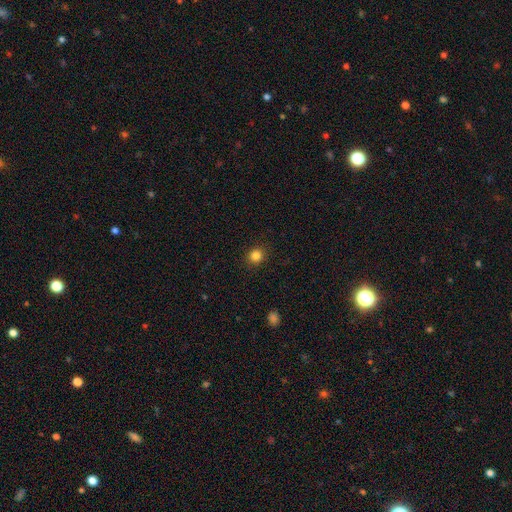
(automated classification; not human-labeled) Smooth or featured?
  - smooth: 84% *
  - star or artifact: 12%
  - featured or disk: 4%
How rounded?
  - round: 86% *
  - in between: 14%
  - cigar-shaped: 1%
Merging?
  - none: 91% *
  - minor disturbance: 6%
  - major disturbance: 2%
  - merger: 1%